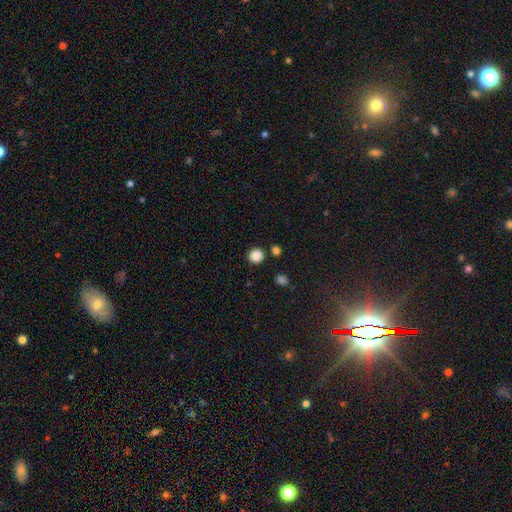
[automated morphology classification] This appears to be a smooth galaxy with no disk features (87%) that is round (93%). Merging: none (88%).